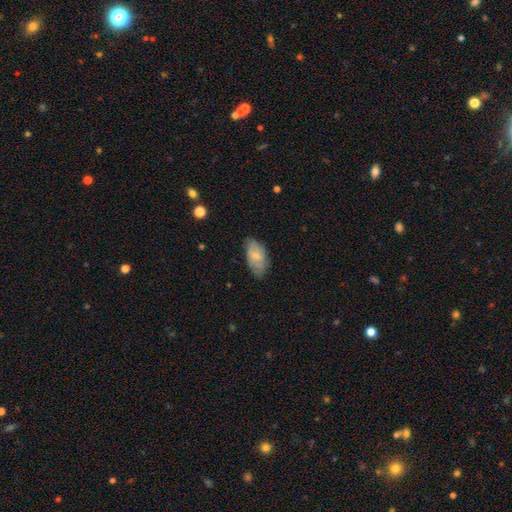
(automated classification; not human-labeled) Q: Smooth or featured?
A: smooth (62%); runner-up: featured or disk (31%)
Q: How rounded?
A: in between (93%); runner-up: round (4%)
Q: Merging?
A: none (66%); runner-up: minor disturbance (27%)